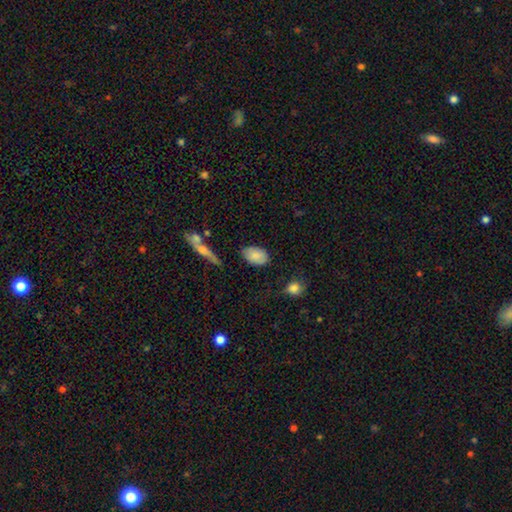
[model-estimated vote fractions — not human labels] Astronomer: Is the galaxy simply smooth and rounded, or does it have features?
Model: smooth — 83%.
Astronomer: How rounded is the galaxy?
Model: in between — 90%.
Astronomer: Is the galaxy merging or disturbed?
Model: none — 79%.